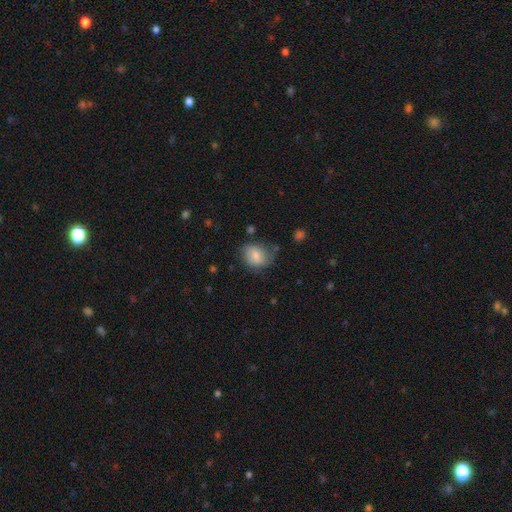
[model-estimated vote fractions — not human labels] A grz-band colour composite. It shows a smooth galaxy with no disk features (66%) that is round (50%). Merging: none (59%).